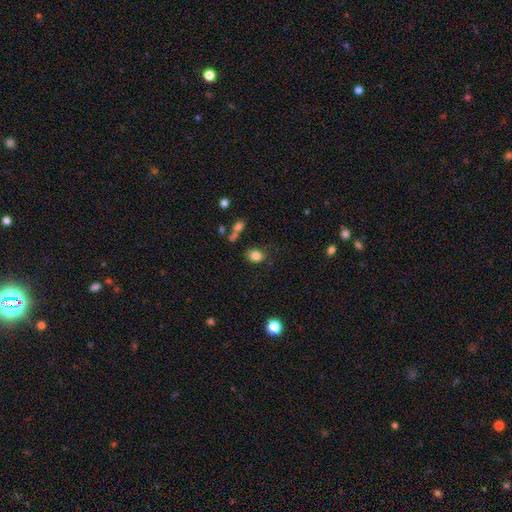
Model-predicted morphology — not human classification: Overall: smooth (84%). How rounded: in between (59%; round 39%). Merging: none (74%).